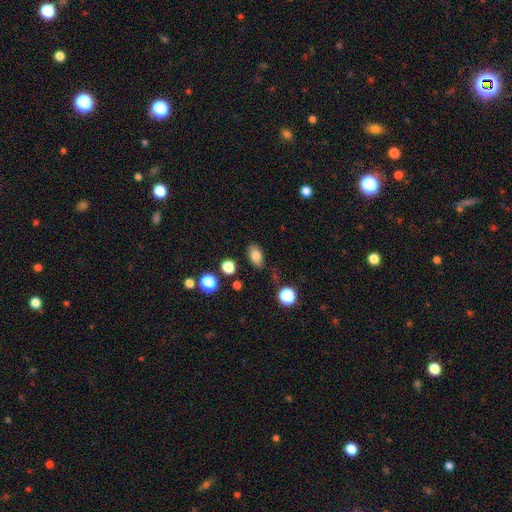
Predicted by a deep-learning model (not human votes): A smooth galaxy with no disk features (81%) that is in between round and cigar-shaped (87%). Merging: none (82%).